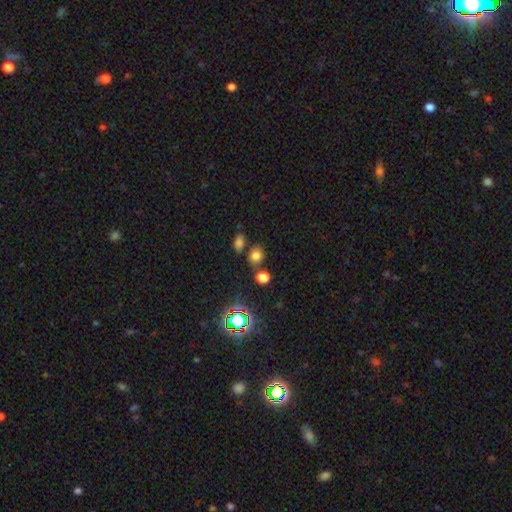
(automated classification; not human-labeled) Morphology: type=smooth (72%); roundness=round (60%); merging=none (72%).